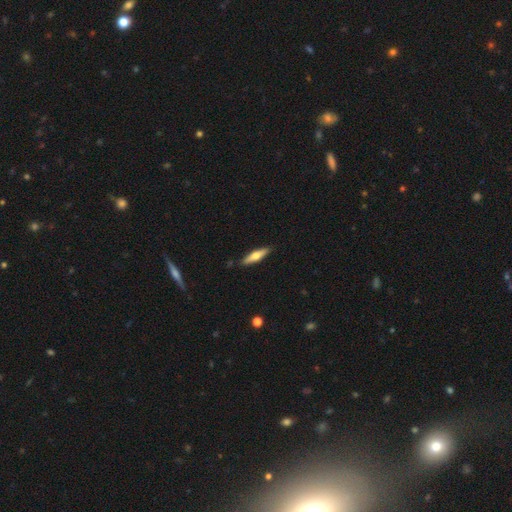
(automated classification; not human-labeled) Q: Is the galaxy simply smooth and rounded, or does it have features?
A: smooth — 54%.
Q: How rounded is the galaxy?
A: cigar-shaped — 74%.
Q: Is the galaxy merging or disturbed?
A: none — 89%.